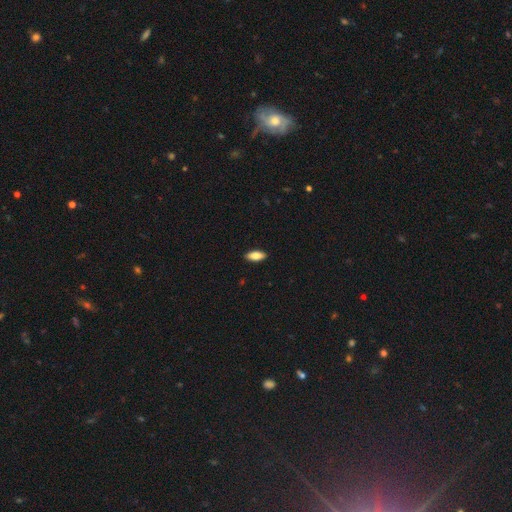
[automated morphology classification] smooth-or-featured: smooth: 80% | featured or disk: 14% | star or artifact: 6%
  how-rounded: in between: 79% | cigar-shaped: 19% | round: 2%
  merging: none: 90% | minor disturbance: 7% | major disturbance: 2% | merger: 1%